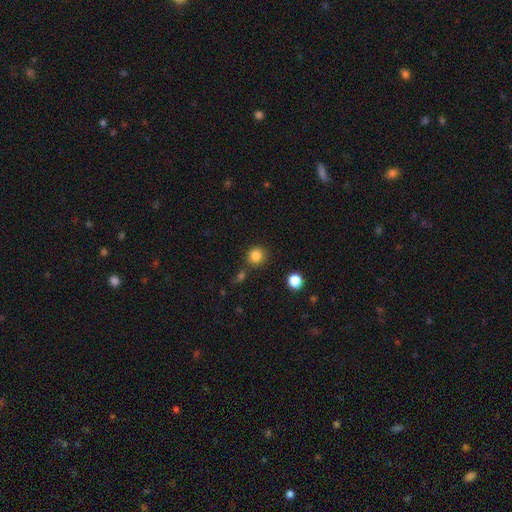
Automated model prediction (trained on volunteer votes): This is clearly a smooth galaxy (84%). How rounded: clearly round (90%). Merging: clearly none (81%).